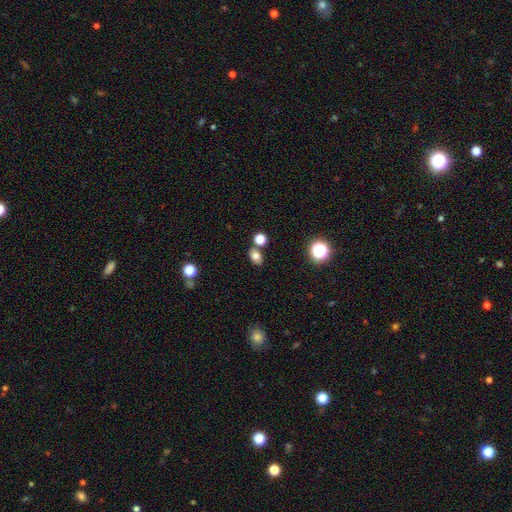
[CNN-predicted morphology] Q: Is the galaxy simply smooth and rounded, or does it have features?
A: smooth — 76%.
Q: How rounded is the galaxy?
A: in between — 75%.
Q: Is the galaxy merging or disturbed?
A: none — 70%.